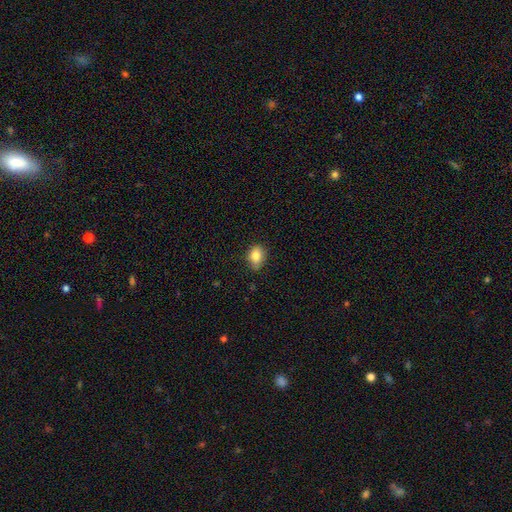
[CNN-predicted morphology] Q: Smooth or featured?
A: smooth (82%); runner-up: star or artifact (9%)
Q: How rounded?
A: in between (57%); runner-up: round (41%)
Q: Merging?
A: none (70%); runner-up: minor disturbance (24%)